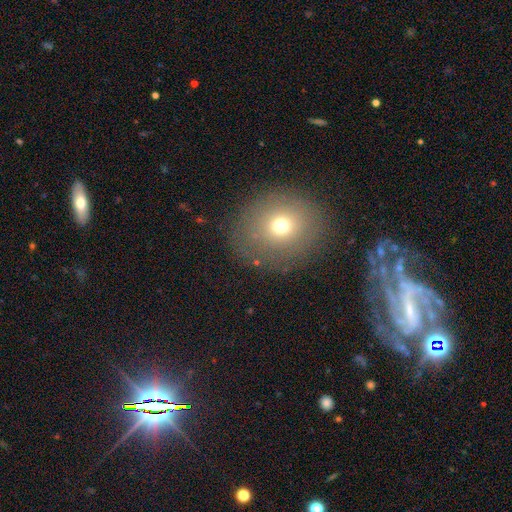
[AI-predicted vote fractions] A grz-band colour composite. It shows a smooth galaxy with no disk features (45%). Merging: none (83%).